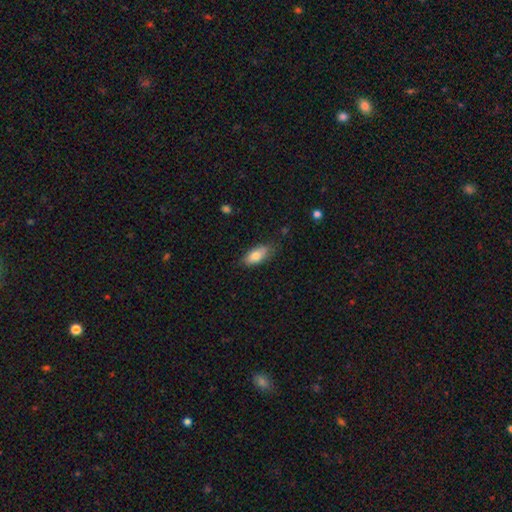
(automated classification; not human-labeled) A smooth galaxy with no disk features (80%) that is in between round and cigar-shaped (85%).

Vote fractions:
- Smooth or featured? smooth: 80% / featured or disk: 13% / star or artifact: 7%
- How rounded? in between: 85% / cigar-shaped: 12% / round: 3%
- Merging? none: 74% / minor disturbance: 20% / major disturbance: 4% / merger: 2%